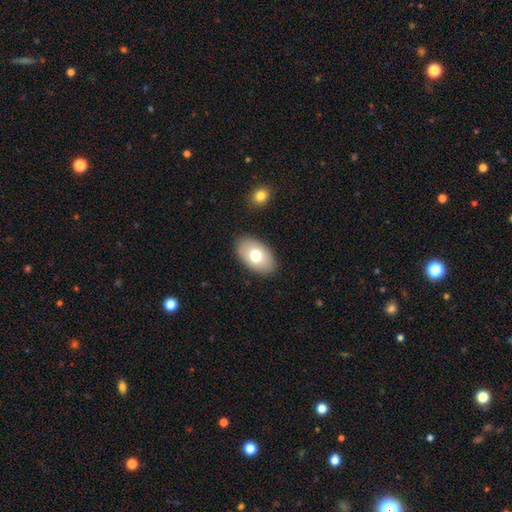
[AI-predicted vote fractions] A smooth galaxy with no disk features (73%) that is in between round and cigar-shaped (93%). Merging: none (87%).